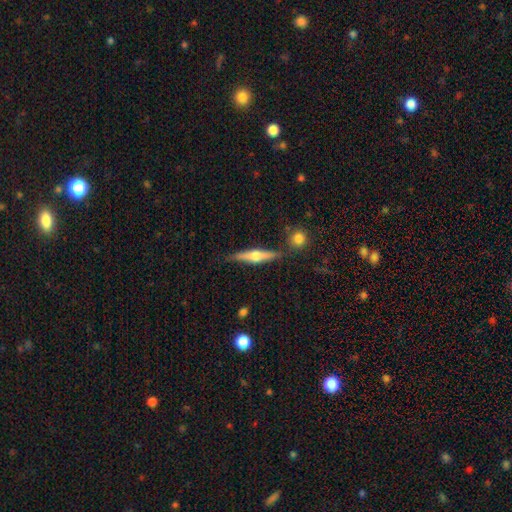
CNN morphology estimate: The model was most divided on "smooth or featured": featured or disk: 62%, smooth: 31%, star or artifact: 6%. More confident: edge-on disk — yes (96%); edge-on bulge — rounded (91%); merging — none (81%).